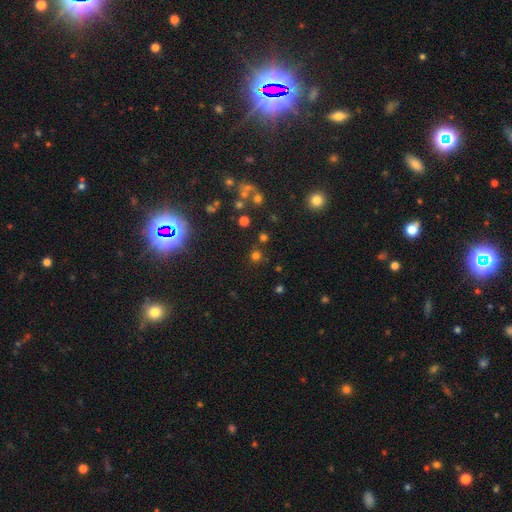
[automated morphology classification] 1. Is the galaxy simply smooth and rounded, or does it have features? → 65% smooth, 29% star or artifact, 7% featured or disk.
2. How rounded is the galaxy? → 93% round, 6% in between, 1% cigar-shaped.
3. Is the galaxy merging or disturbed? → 85% none, 7% minor disturbance, 5% merger, 3% major disturbance.